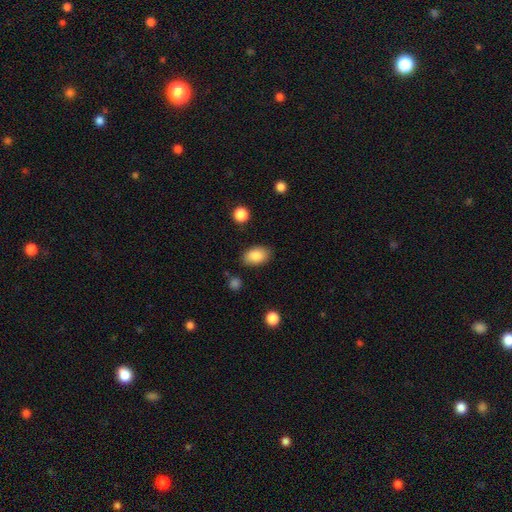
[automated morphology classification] Q: Smooth or featured?
A: smooth (87%); runner-up: star or artifact (7%)
Q: How rounded?
A: in between (91%); runner-up: round (8%)
Q: Merging?
A: none (84%); runner-up: minor disturbance (11%)